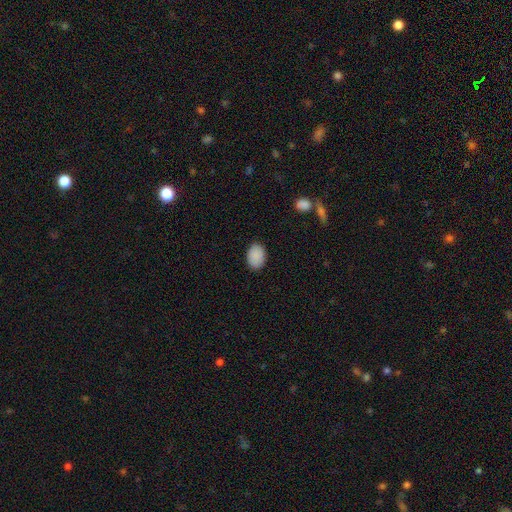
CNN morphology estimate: Smooth or featured?
  - smooth: 90% *
  - star or artifact: 7%
  - featured or disk: 3%
How rounded?
  - in between: 81% *
  - round: 18%
  - cigar-shaped: 1%
Merging?
  - none: 87% *
  - minor disturbance: 10%
  - major disturbance: 2%
  - merger: 1%